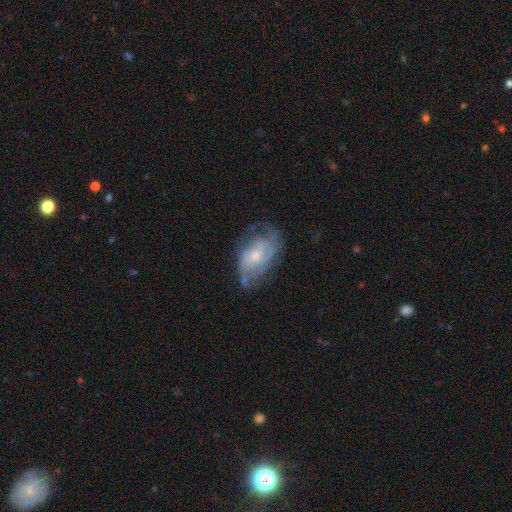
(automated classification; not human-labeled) Smooth or featured? Predicted: featured or disk (p=0.75). Edge-on disk? Predicted: no (p=0.96). Bar? Predicted: no (p=0.61). Spiral arms? Predicted: yes (p=0.84). Spiral winding? Predicted: medium (p=0.42). Spiral arm count? Predicted: 2 (p=0.48). Bulge size? Predicted: moderate (p=0.47). Merging? Predicted: none (p=0.54).